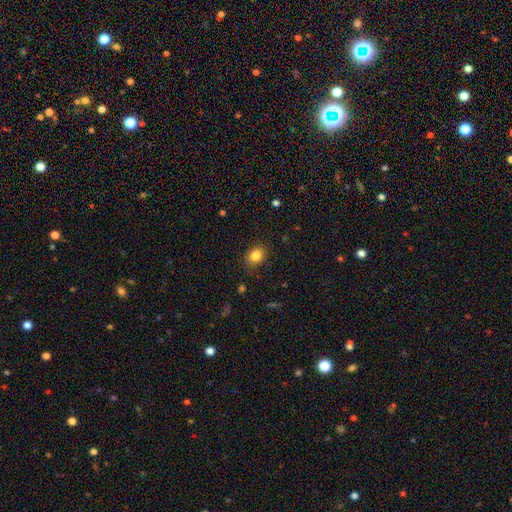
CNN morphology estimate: Smooth or featured? Predicted: smooth (p=0.84). How rounded? Predicted: in between (p=0.57). Merging? Predicted: none (p=0.85).